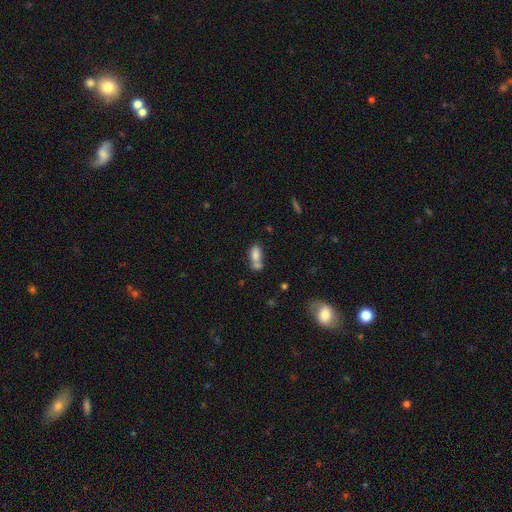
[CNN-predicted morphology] smooth-or-featured: smooth: 77% | featured or disk: 13% | star or artifact: 10%
  how-rounded: in between: 85% | cigar-shaped: 9% | round: 6%
  merging: merger: 47% | none: 34% | minor disturbance: 13% | major disturbance: 6%